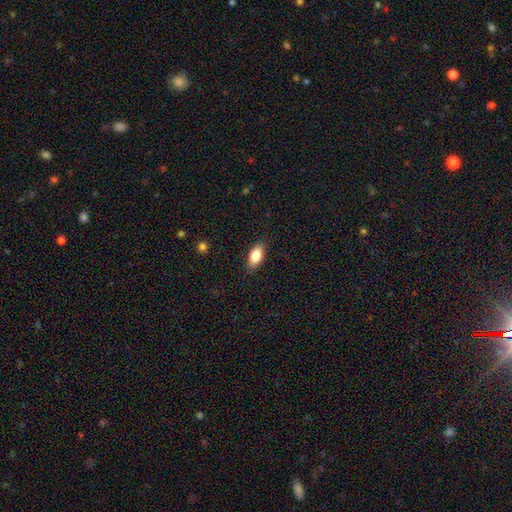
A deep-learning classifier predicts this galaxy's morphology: This appears to be a smooth galaxy with no disk features (83%) that is in between round and cigar-shaped (89%). Merging: none (87%).